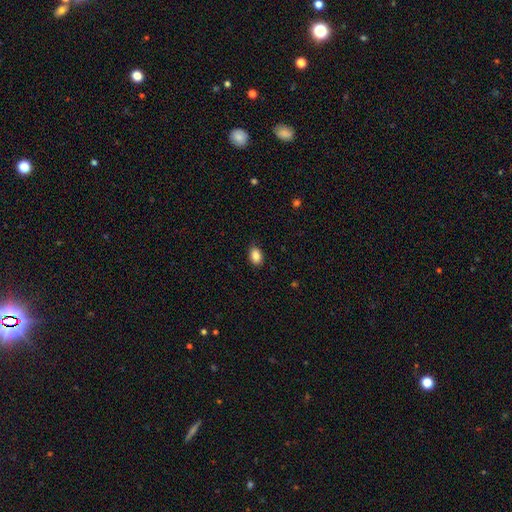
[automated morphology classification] Smooth or featured?
  - smooth: 87% *
  - star or artifact: 8%
  - featured or disk: 5%
How rounded?
  - in between: 84% *
  - round: 15%
  - cigar-shaped: 1%
Merging?
  - none: 87% *
  - minor disturbance: 10%
  - major disturbance: 2%
  - merger: 1%